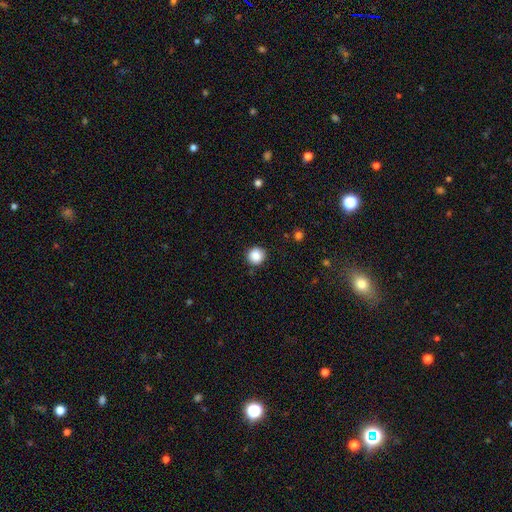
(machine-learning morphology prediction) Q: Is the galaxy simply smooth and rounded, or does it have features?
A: smooth — 87%.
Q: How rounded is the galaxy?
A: round — 95%.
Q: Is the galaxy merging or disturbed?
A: none — 91%.